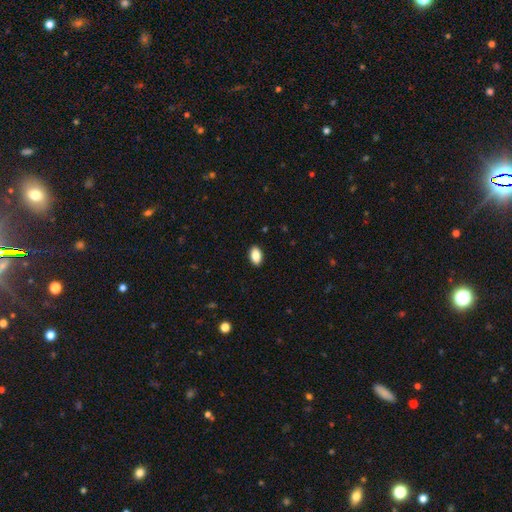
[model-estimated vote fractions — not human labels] smooth 87%, star or artifact 7%, featured or disk 6%. Down the decision tree: how rounded — in between (92%); merging — none (90%).